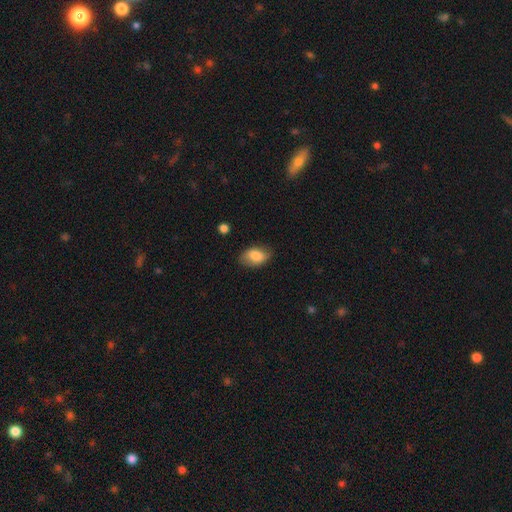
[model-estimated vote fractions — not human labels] A smooth galaxy with no disk features (79%) that is in between round and cigar-shaped (87%). Merging: none (73%).